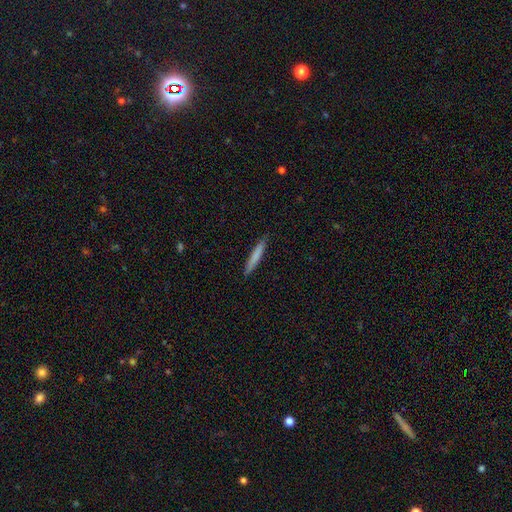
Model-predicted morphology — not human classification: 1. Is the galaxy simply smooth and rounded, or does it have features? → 74% smooth, 21% featured or disk, 6% star or artifact.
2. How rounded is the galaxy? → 95% cigar-shaped, 4% in between, 1% round.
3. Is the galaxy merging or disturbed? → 90% none, 8% minor disturbance, 1% major disturbance, 1% merger.